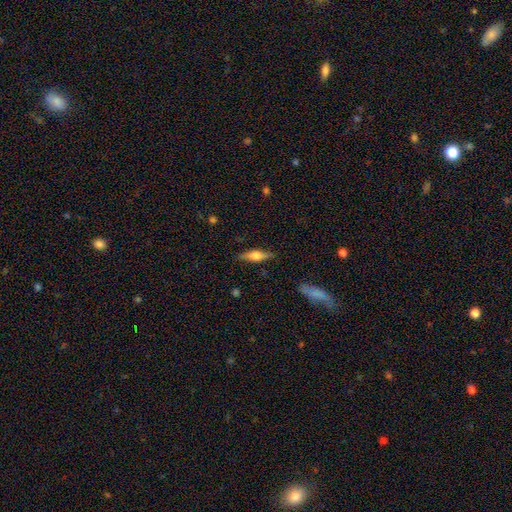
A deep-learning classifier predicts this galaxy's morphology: Smooth or featured? featured or disk (57%)
Edge-on disk? yes (95%)
Edge-on bulge? rounded (86%)
Merging? none (86%)